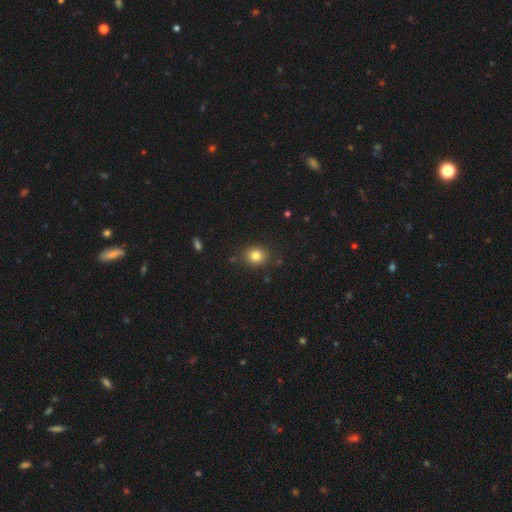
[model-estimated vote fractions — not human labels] The model was most divided on "how rounded": round: 68%, in between: 31%, cigar-shaped: 1%. More confident: merging — none (84%); smooth or featured — smooth (81%).